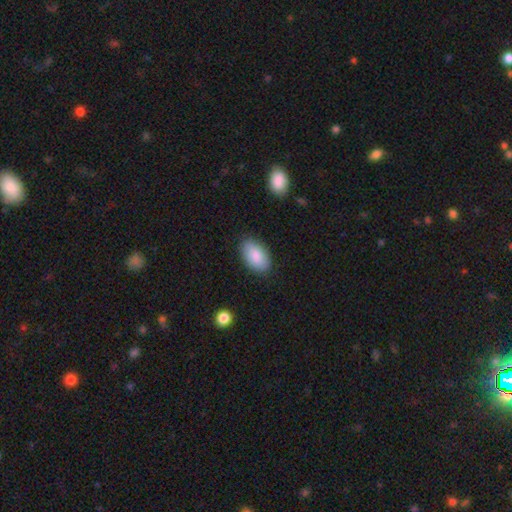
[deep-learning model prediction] Overall: smooth (86%). How rounded: in between (94%). Merging: none (86%).